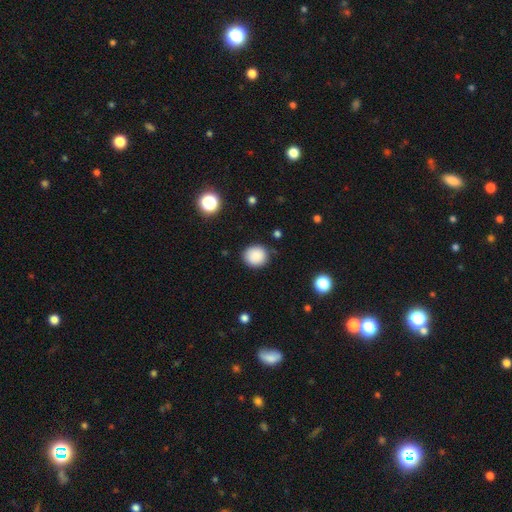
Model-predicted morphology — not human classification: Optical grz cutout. It shows a smooth galaxy with no disk features (87%) that is round (84%). Merging: none (86%).